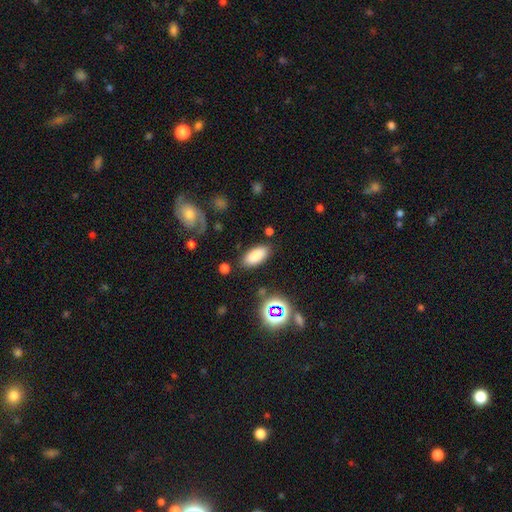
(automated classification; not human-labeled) Smooth or featured?
  - smooth: 82% *
  - star or artifact: 10%
  - featured or disk: 8%
How rounded?
  - in between: 90% *
  - cigar-shaped: 8%
  - round: 3%
Merging?
  - none: 83% *
  - minor disturbance: 11%
  - major disturbance: 3%
  - merger: 3%